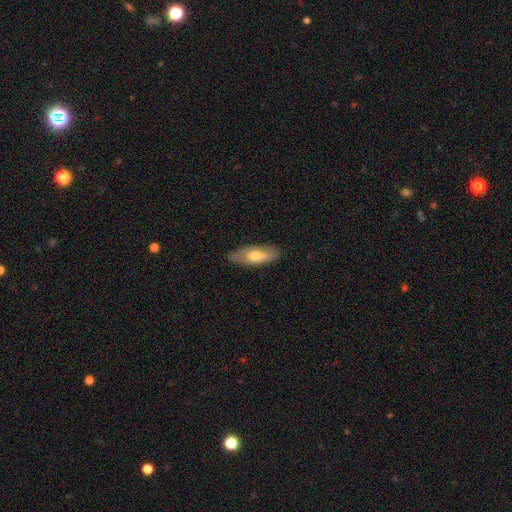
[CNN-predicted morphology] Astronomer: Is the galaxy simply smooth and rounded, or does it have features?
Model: smooth — 58% (runner-up: featured or disk, 37%).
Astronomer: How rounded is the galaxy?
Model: in between — 75%.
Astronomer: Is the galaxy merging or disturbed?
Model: none — 79%.